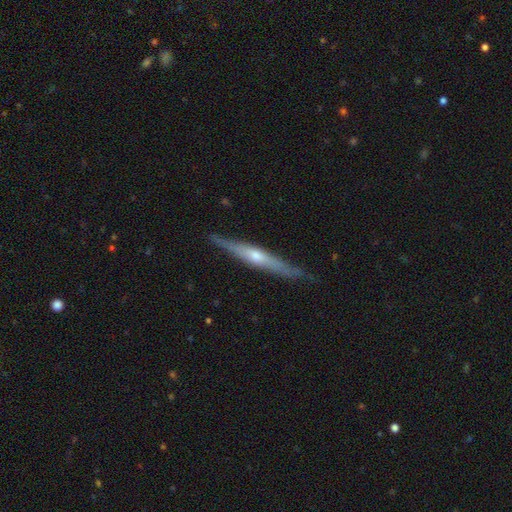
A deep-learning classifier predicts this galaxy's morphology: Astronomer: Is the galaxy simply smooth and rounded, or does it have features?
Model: featured or disk — 74%.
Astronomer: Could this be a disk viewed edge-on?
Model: yes — 97%.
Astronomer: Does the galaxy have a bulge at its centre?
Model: rounded — 78%.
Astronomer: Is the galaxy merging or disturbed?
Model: none — 87%.